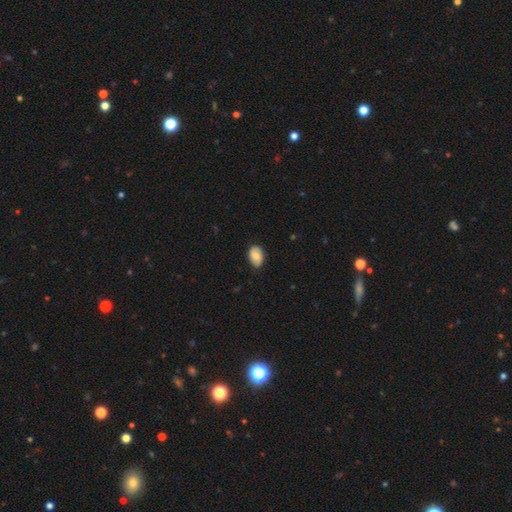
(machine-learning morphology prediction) A smooth galaxy with no disk features (75%) that is in between round and cigar-shaped (86%). Merging: none (80%).